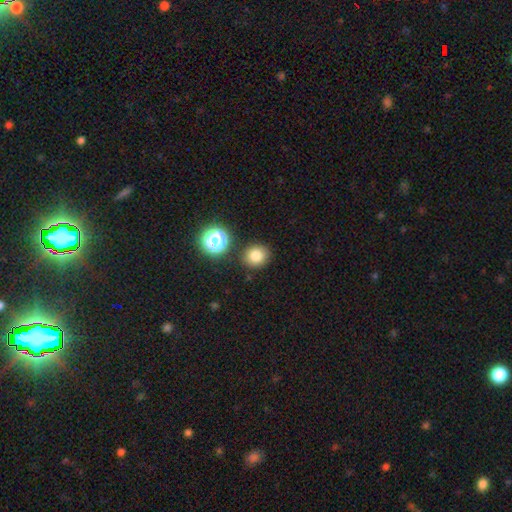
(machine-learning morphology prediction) Overall: smooth (80%). How rounded: round (81%). Merging: none (85%).